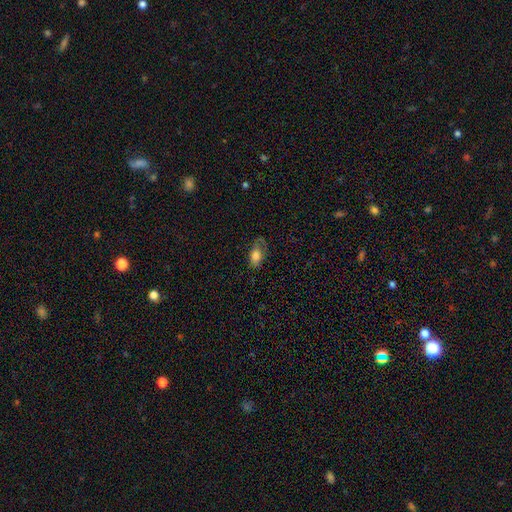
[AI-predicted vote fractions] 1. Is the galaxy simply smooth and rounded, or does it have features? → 72% smooth, 19% featured or disk, 9% star or artifact.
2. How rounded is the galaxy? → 89% in between, 7% round, 4% cigar-shaped.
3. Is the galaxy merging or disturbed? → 53% none, 29% minor disturbance, 16% major disturbance, 2% merger.